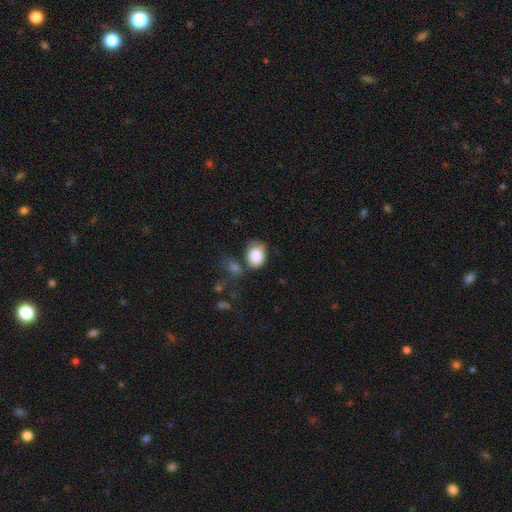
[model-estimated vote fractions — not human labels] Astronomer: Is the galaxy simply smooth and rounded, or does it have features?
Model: smooth — 83%.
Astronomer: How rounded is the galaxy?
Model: in between — 62% (runner-up: round, 37%).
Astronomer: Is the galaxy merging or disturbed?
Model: none — 51% (runner-up: minor disturbance, 26%).